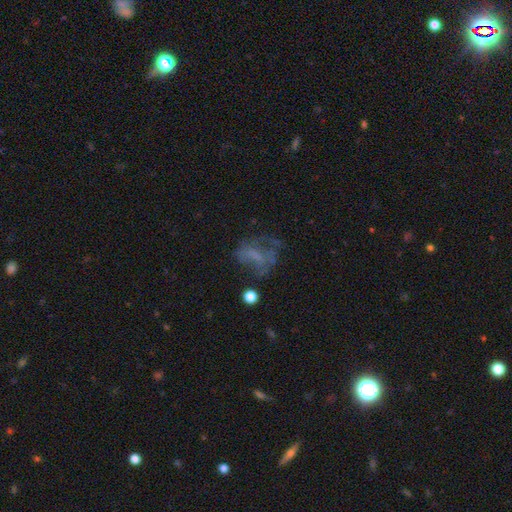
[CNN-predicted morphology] Smooth or featured?
  - featured or disk: 46% *
  - smooth: 34%
  - star or artifact: 21%
Merging?
  - none: 38% *
  - major disturbance: 37%
  - minor disturbance: 20%
  - merger: 5%